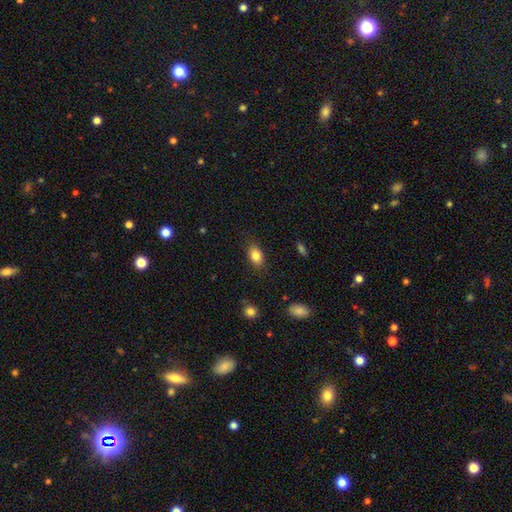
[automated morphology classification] Smooth or featured: smooth — 84% (star or artifact — 8%)
How rounded: in between — 87% (round — 11%)
Merging: none — 83% (minor disturbance — 13%)